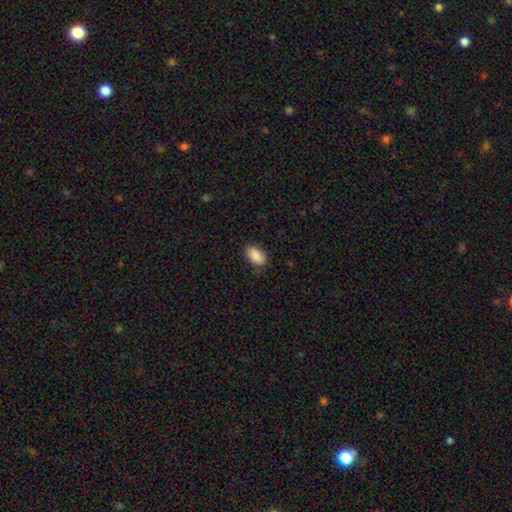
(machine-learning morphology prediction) This appears to be a smooth galaxy with no disk features (89%) that is in between round and cigar-shaped (92%). Merging: none (83%).